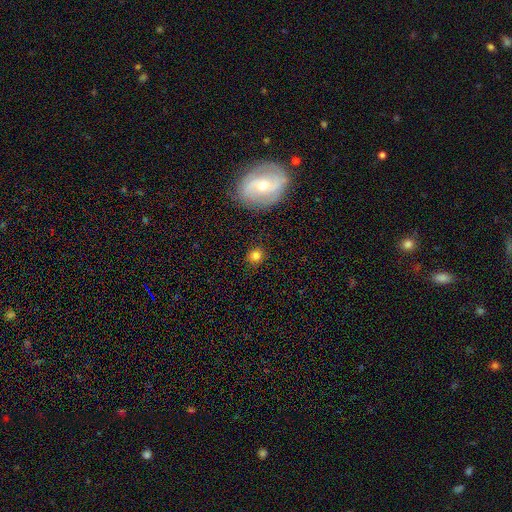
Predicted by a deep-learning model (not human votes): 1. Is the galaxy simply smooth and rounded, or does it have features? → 79% smooth, 12% star or artifact, 9% featured or disk.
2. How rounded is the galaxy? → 82% round, 16% in between, 1% cigar-shaped.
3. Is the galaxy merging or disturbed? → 87% none, 9% minor disturbance, 3% major disturbance, 2% merger.